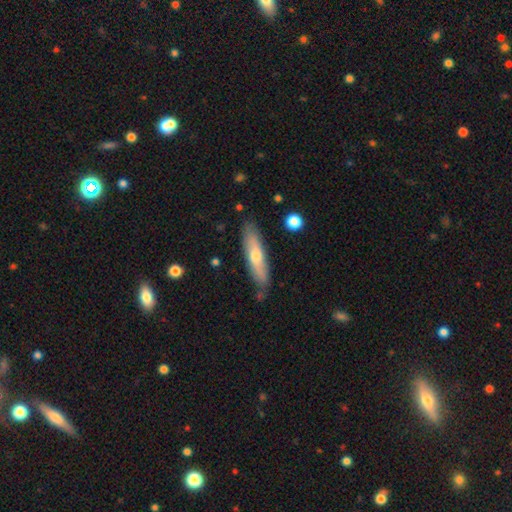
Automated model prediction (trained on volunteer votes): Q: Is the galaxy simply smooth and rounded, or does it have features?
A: smooth — 54%.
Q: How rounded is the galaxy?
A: cigar-shaped — 78%.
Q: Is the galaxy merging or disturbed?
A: none — 83%.